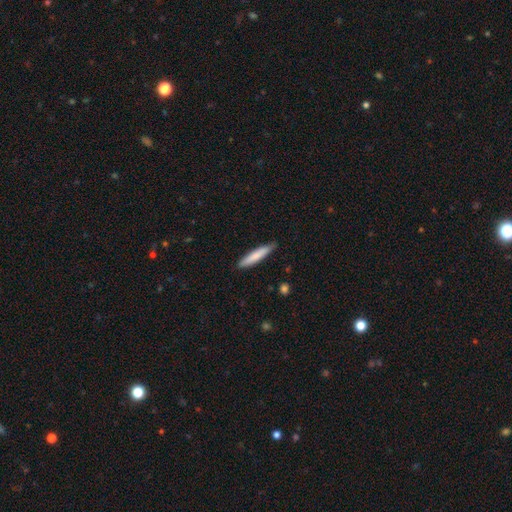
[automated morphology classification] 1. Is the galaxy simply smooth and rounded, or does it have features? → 78% smooth, 17% featured or disk, 5% star or artifact.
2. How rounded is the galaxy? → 90% cigar-shaped, 9% in between, 1% round.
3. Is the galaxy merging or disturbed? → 85% none, 12% minor disturbance, 2% major disturbance, 1% merger.